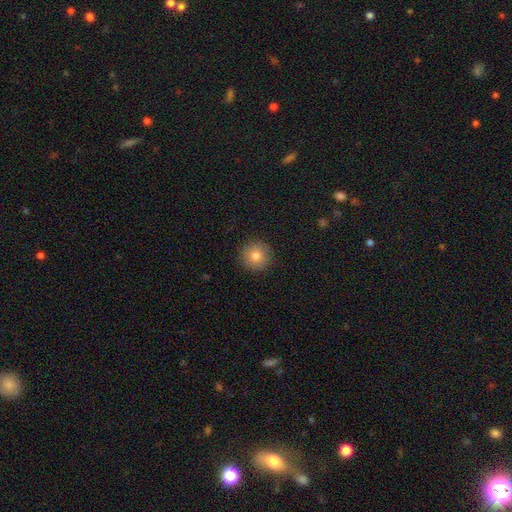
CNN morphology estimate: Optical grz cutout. It shows a smooth galaxy with no disk features (81%) that is round (95%). Merging: none (91%).